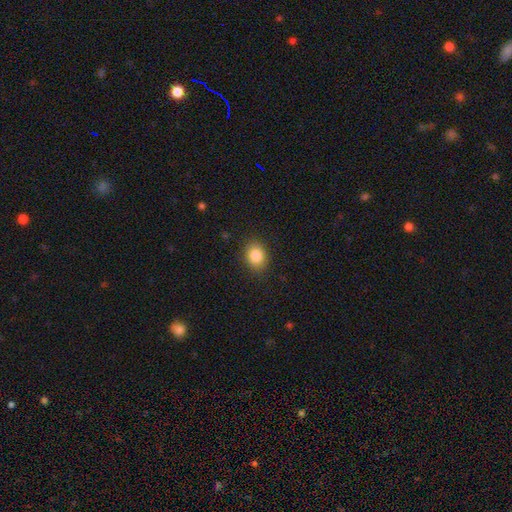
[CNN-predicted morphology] Smooth or featured?
  - smooth: 86% *
  - star or artifact: 9%
  - featured or disk: 5%
How rounded?
  - in between: 54% *
  - round: 45%
  - cigar-shaped: 1%
Merging?
  - none: 87% *
  - minor disturbance: 9%
  - major disturbance: 3%
  - merger: 1%